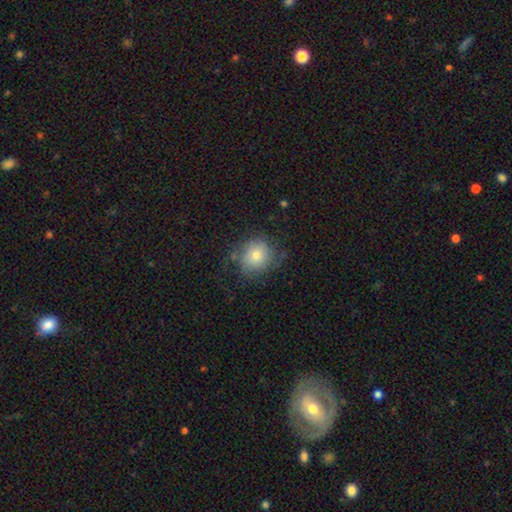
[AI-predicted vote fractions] Smooth or featured? smooth (70%)
How rounded? round (82%)
Merging? none (68%)